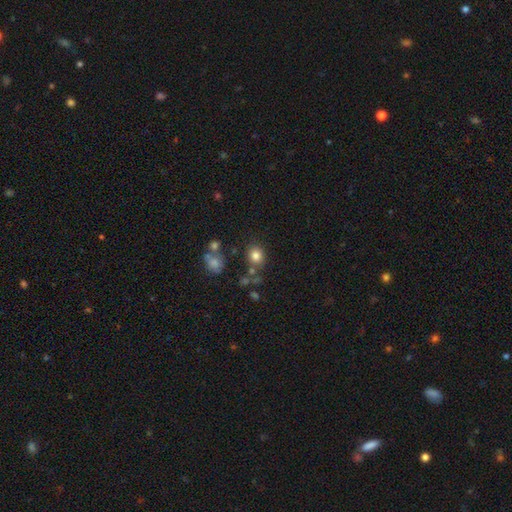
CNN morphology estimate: Smooth or featured?
  - smooth: 80% *
  - star or artifact: 12%
  - featured or disk: 7%
How rounded?
  - round: 78% *
  - in between: 21%
  - cigar-shaped: 1%
Merging?
  - none: 76% *
  - minor disturbance: 12%
  - merger: 9%
  - major disturbance: 4%